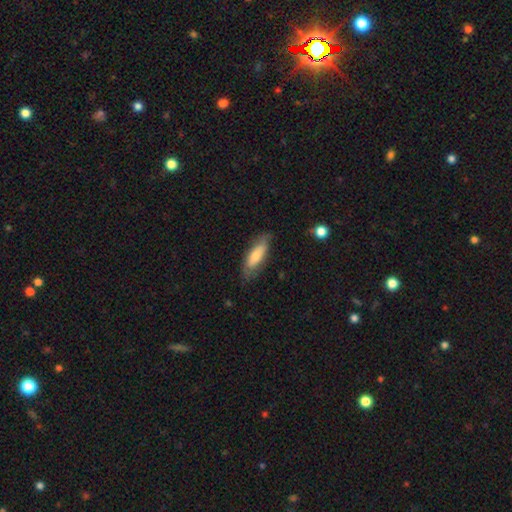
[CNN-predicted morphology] Q: Smooth or featured?
A: smooth (65%); runner-up: featured or disk (29%)
Q: How rounded?
A: in between (51%); runner-up: cigar-shaped (47%)
Q: Merging?
A: none (76%); runner-up: minor disturbance (19%)